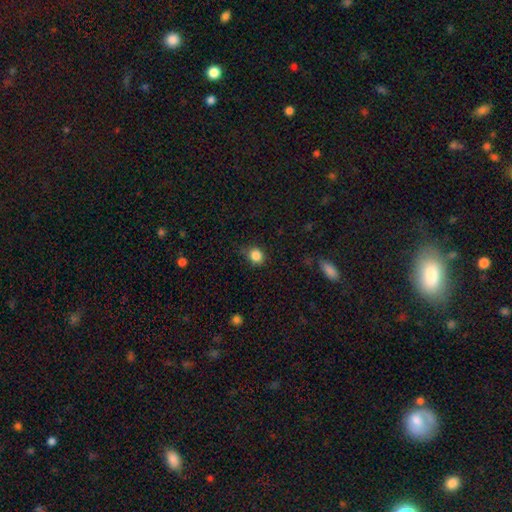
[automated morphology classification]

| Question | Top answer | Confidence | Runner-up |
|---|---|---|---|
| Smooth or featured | smooth | 85% | star or artifact (11%) |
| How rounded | round | 75% | in between (24%) |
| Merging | none | 74% | minor disturbance (20%) |